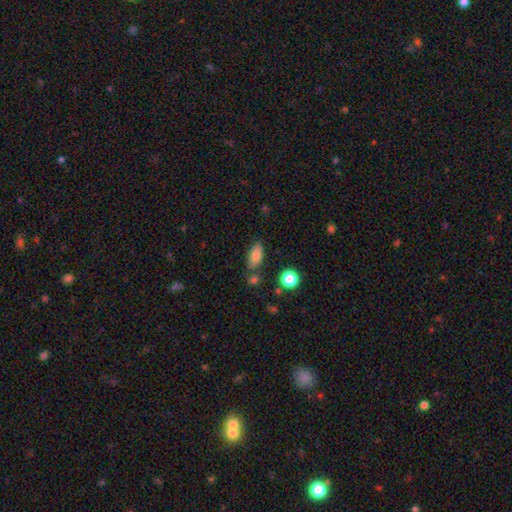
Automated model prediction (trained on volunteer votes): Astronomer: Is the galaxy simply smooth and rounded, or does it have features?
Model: smooth — 80%.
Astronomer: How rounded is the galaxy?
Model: in between — 83%.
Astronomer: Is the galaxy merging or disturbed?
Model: none — 70%.